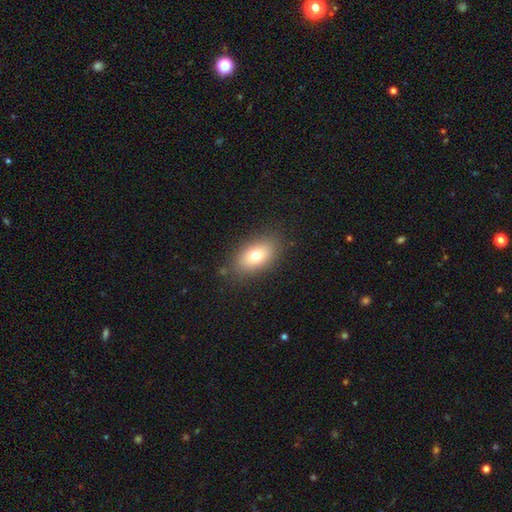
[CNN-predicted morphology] smooth_or_featured: smooth (p=0.73) [alt: featured or disk p=0.17]
how_rounded: in between (p=0.87) [alt: round p=0.11]
merging: none (p=0.83) [alt: minor disturbance p=0.11]